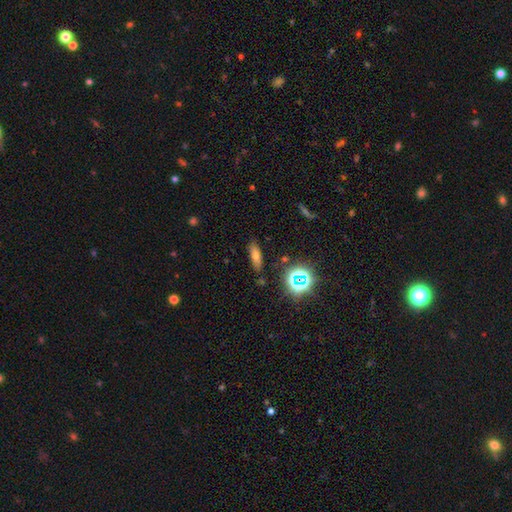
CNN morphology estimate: A smooth galaxy with no disk features (57%) that is in between round and cigar-shaped (53%). Merging: none (84%).